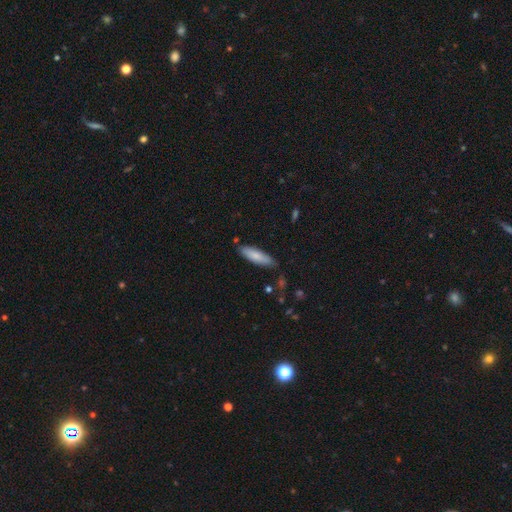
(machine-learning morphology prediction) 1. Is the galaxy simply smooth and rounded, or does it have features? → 78% smooth, 16% featured or disk, 6% star or artifact.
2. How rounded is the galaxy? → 58% cigar-shaped, 40% in between, 1% round.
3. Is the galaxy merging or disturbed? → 81% none, 14% minor disturbance, 2% major disturbance, 2% merger.